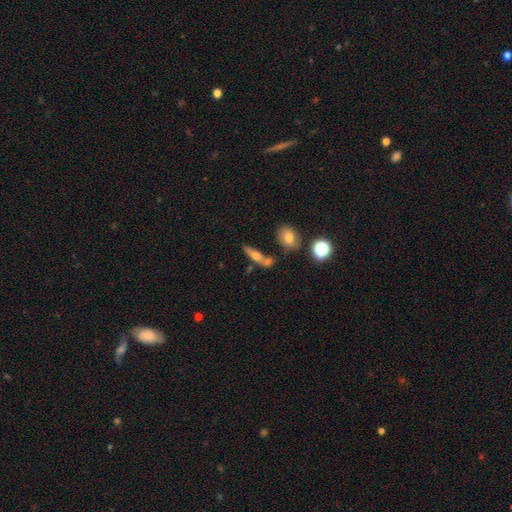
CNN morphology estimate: smooth_or_featured: smooth (p=0.53) [alt: featured or disk p=0.37]
how_rounded: cigar-shaped (p=0.58) [alt: in between p=0.35]
merging: none (p=0.56) [alt: merger p=0.25]